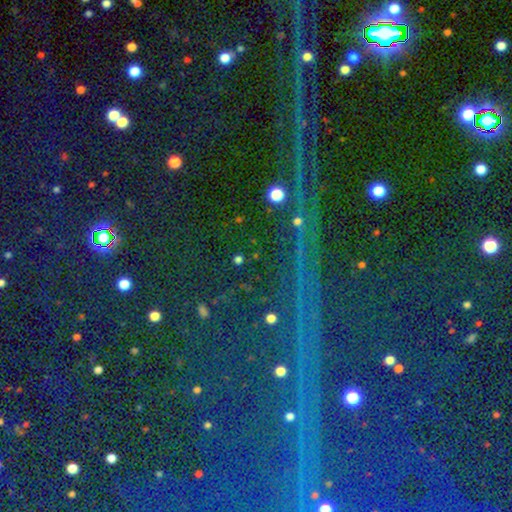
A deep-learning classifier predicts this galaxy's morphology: Overall: star or artifact (76%).